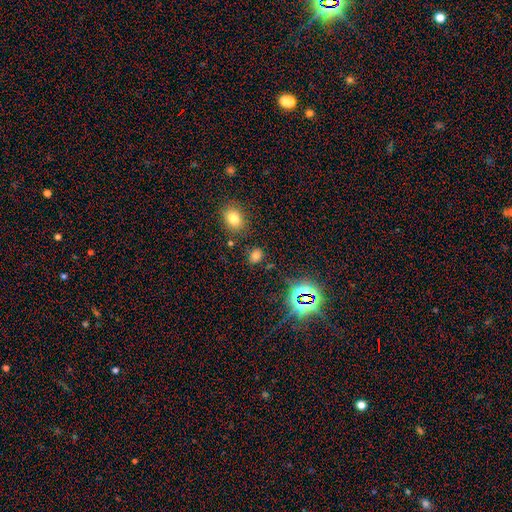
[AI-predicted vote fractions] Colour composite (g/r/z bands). It shows a smooth galaxy with no disk features (66%) that is in between round and cigar-shaped (50%). Merging: none (81%).